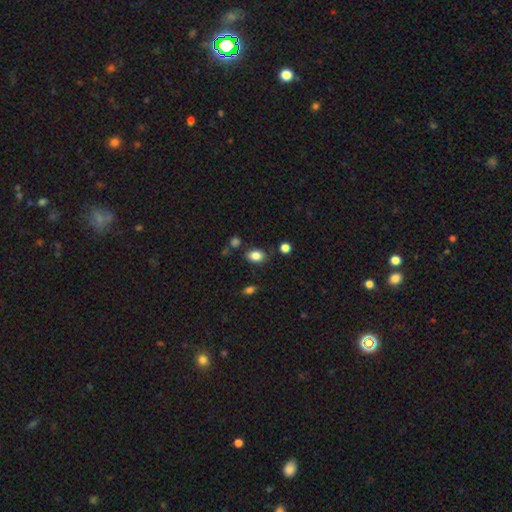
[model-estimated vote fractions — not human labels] A smooth galaxy with no disk features (84%) that is in between round and cigar-shaped (75%).

Vote fractions:
- Smooth or featured? smooth: 84% / star or artifact: 10% / featured or disk: 6%
- How rounded? in between: 75% / round: 24% / cigar-shaped: 1%
- Merging? none: 81% / minor disturbance: 12% / merger: 4% / major disturbance: 3%